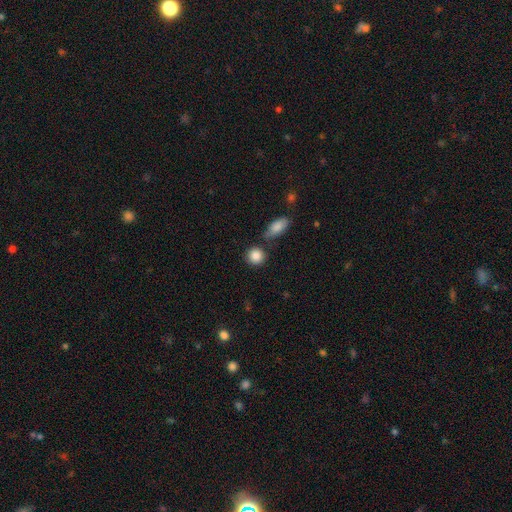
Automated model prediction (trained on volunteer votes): This is clearly a smooth galaxy (87%). How rounded: clearly round (85%). Merging: likely none (74%).